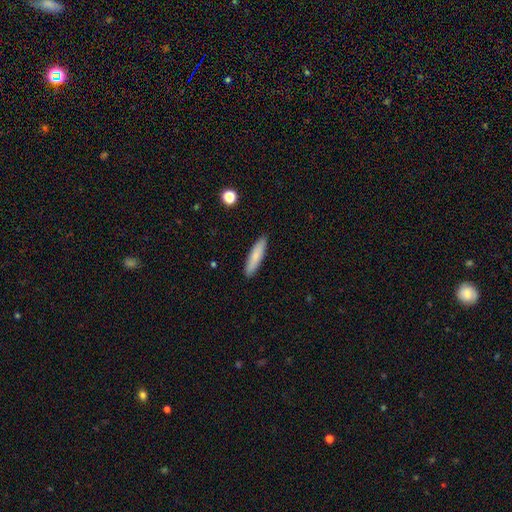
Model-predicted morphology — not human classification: Smooth or featured?
  - smooth: 79% *
  - featured or disk: 15%
  - star or artifact: 6%
How rounded?
  - cigar-shaped: 83% *
  - in between: 16%
  - round: 1%
Merging?
  - none: 90% *
  - minor disturbance: 7%
  - major disturbance: 1%
  - merger: 1%